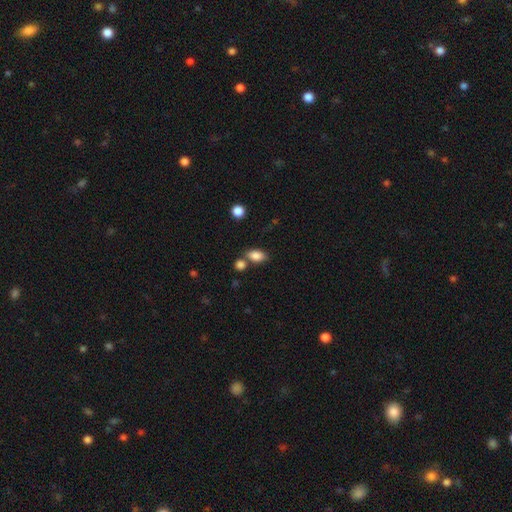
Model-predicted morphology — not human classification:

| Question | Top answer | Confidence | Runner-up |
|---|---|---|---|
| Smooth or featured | smooth | 85% | star or artifact (9%) |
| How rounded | in between | 87% | round (10%) |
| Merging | none | 61% | merger (23%) |